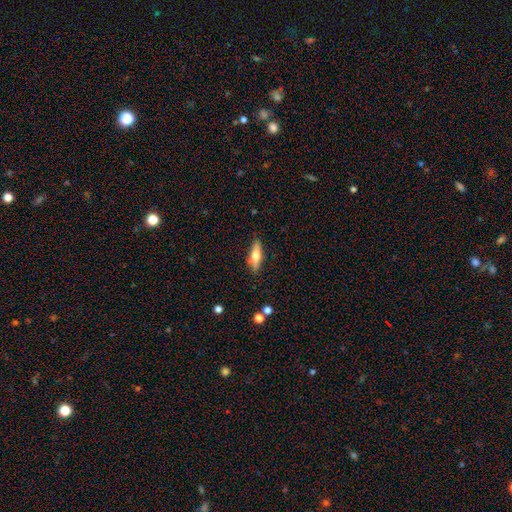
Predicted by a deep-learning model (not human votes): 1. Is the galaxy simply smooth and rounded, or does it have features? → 58% smooth, 36% featured or disk, 6% star or artifact.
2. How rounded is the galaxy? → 50% cigar-shaped, 48% in between, 3% round.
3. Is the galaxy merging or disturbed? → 85% none, 11% minor disturbance, 2% major disturbance, 2% merger.